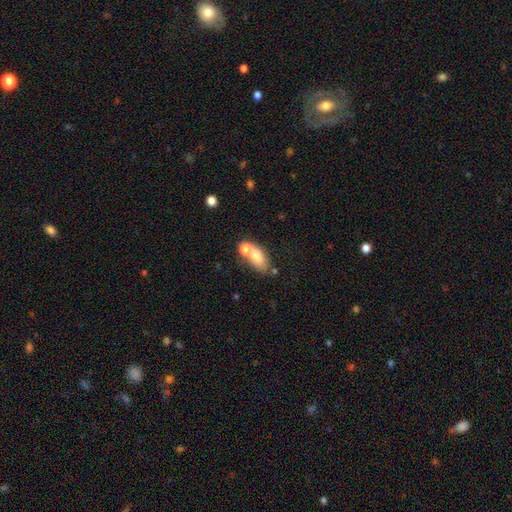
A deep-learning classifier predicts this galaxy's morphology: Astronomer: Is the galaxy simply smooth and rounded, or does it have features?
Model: smooth — 73%.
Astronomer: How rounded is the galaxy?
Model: in between — 80%.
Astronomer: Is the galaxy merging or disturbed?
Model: merger — 44% (runner-up: none, 38%).